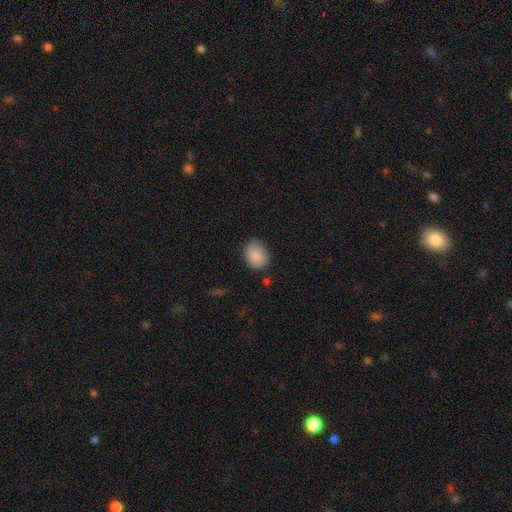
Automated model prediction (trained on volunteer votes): smooth 86%, featured or disk 7%, star or artifact 7%. Down the decision tree: how rounded — in between (69%); merging — none (71%).